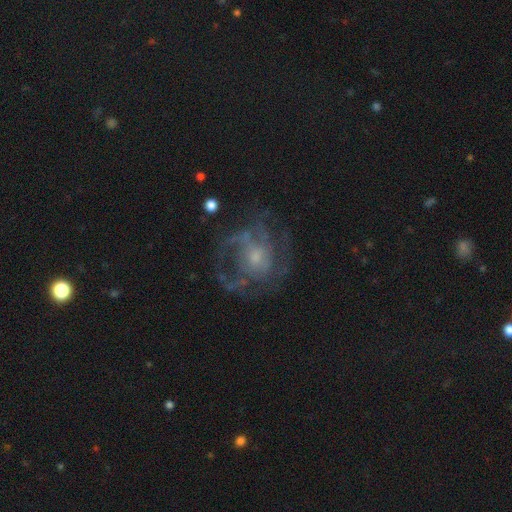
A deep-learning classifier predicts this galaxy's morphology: featured or disk 74%, smooth 15%, star or artifact 11%. Down the decision tree: edge-on disk — no (98%); bar — no (75%); spiral arms — yes (67%); bulge size — small (49%); merging — none (60%).